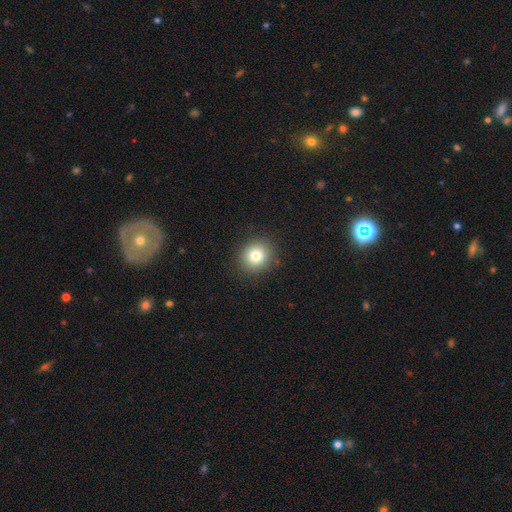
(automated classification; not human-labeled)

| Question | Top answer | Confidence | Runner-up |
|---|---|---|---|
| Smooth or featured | smooth | 80% | star or artifact (12%) |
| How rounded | round | 82% | in between (17%) |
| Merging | none | 90% | minor disturbance (7%) |